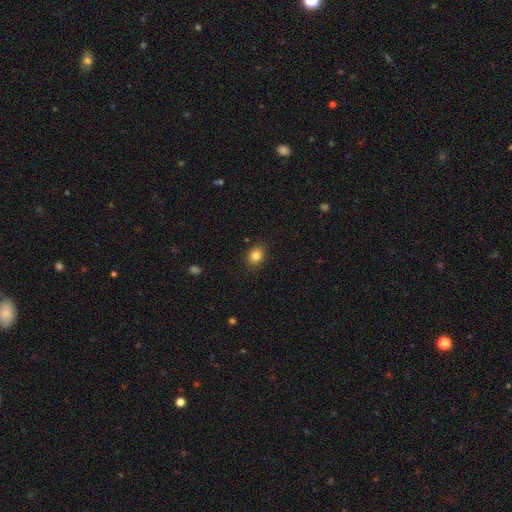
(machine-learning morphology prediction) This is clearly a smooth galaxy (83%). How rounded: possibly in between (51%). Merging: clearly none (87%).